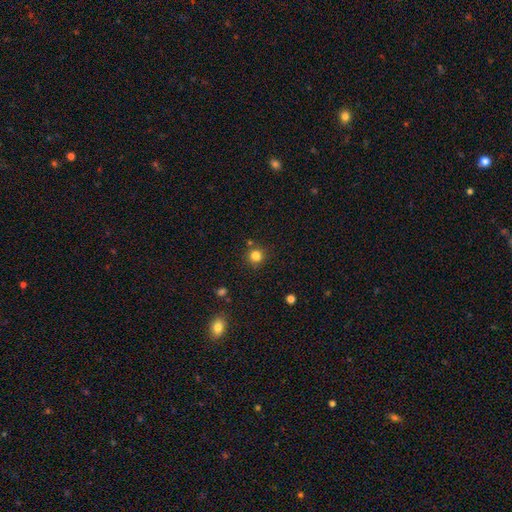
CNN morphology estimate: A smooth galaxy with no disk features (82%) that is round (89%). Merging: none (81%).